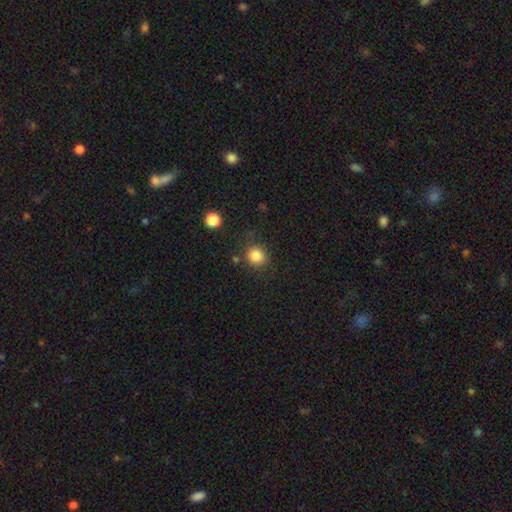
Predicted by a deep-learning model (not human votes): A smooth galaxy with no disk features (84%) that is round (85%).

Vote fractions:
- Smooth or featured? smooth: 84% / star or artifact: 11% / featured or disk: 5%
- How rounded? round: 85% / in between: 14% / cigar-shaped: 1%
- Merging? none: 81% / minor disturbance: 11% / merger: 4% / major disturbance: 4%